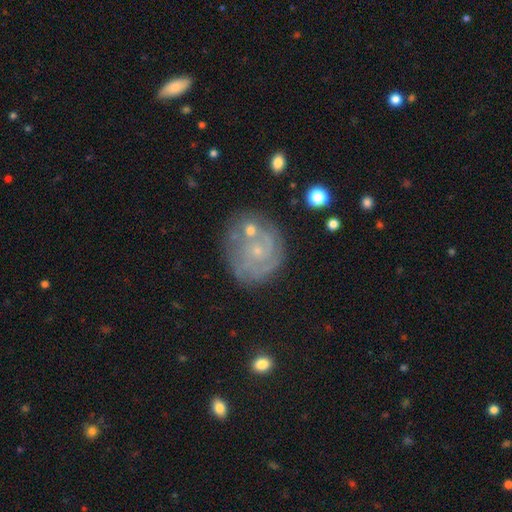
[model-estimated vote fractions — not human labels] Overall: featured or disk (76%). Edge-on disk: no (98%). Bar: no (79%). Spiral arms: yes (88%). Spiral arm count: can't tell (34%; 2 25%). Spiral winding: tight (65%; medium 27%). Bulge size: small (80%). Merging: none (61%).